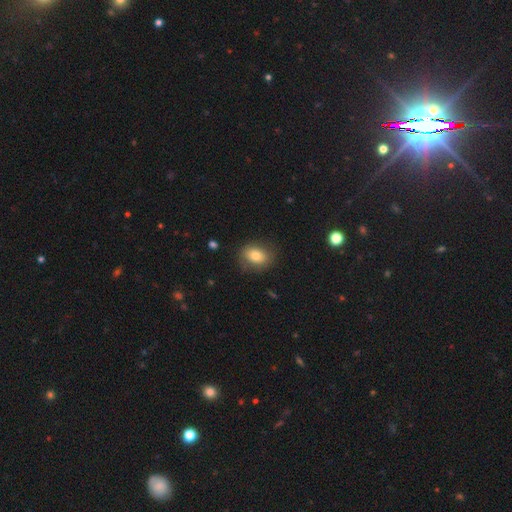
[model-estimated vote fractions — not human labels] Smooth or featured? Predicted: smooth (p=0.76). How rounded? Predicted: in between (p=0.63). Merging? Predicted: none (p=0.78).